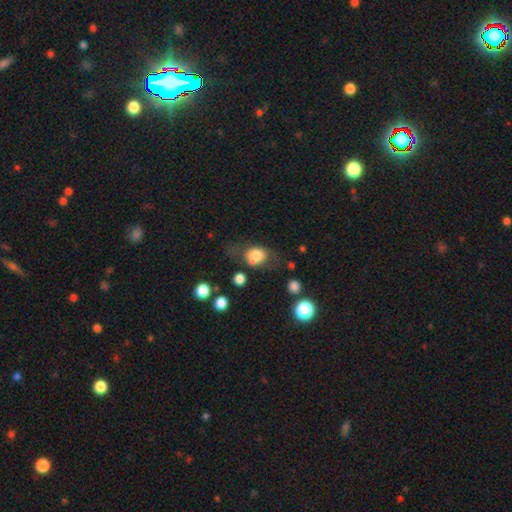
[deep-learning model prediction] This appears to be a smooth galaxy with no disk features (76%) that is in between round and cigar-shaped (59%). Merging: none (49%).